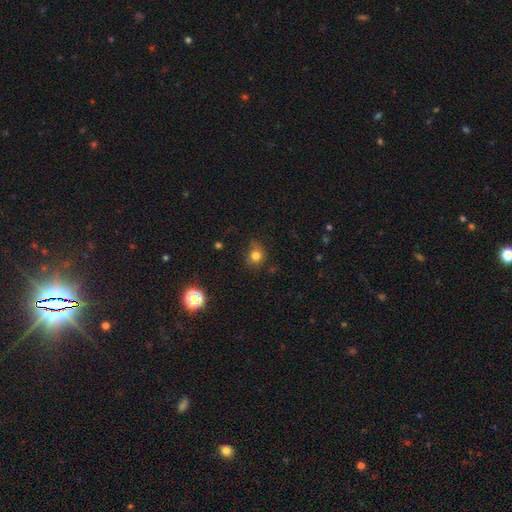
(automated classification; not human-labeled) Smooth or featured?
  - smooth: 78% *
  - star or artifact: 14%
  - featured or disk: 7%
How rounded?
  - round: 81% *
  - in between: 18%
  - cigar-shaped: 1%
Merging?
  - none: 68% *
  - minor disturbance: 23%
  - major disturbance: 6%
  - merger: 2%